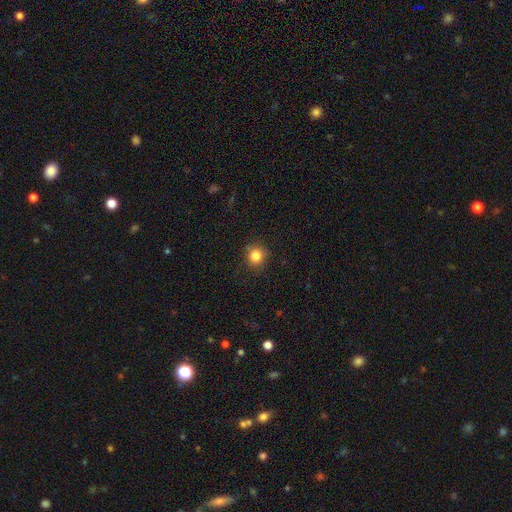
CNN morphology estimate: Smooth or featured: smooth — 82% (star or artifact — 12%)
How rounded: round — 87% (in between — 12%)
Merging: none — 83% (minor disturbance — 13%)